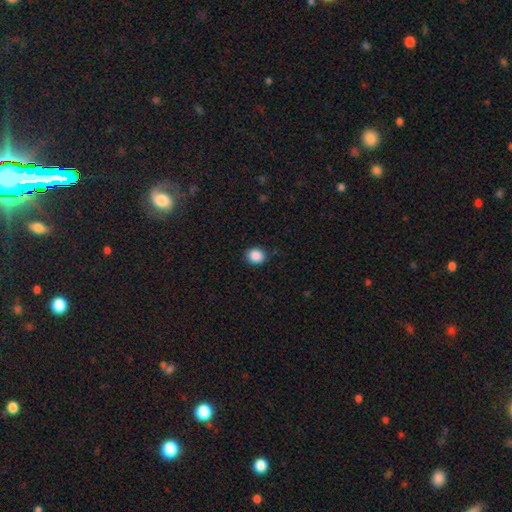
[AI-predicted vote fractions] Smooth or featured?
  - smooth: 88% *
  - star or artifact: 9%
  - featured or disk: 3%
How rounded?
  - round: 69% *
  - in between: 30%
  - cigar-shaped: 1%
Merging?
  - none: 86% *
  - minor disturbance: 10%
  - major disturbance: 3%
  - merger: 1%